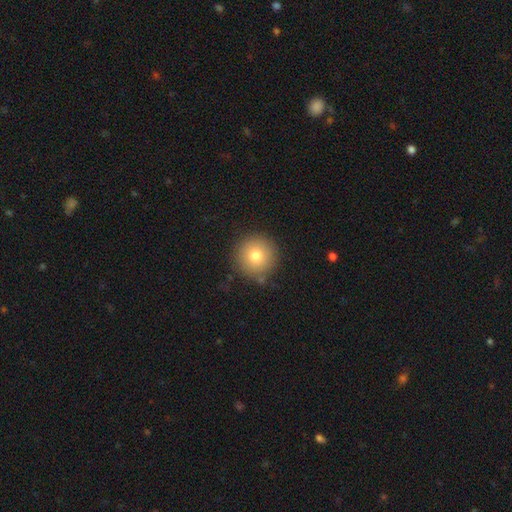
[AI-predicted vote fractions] Smooth or featured: smooth — 77% (featured or disk — 12%)
How rounded: round — 96% (in between — 3%)
Merging: none — 86% (minor disturbance — 9%)